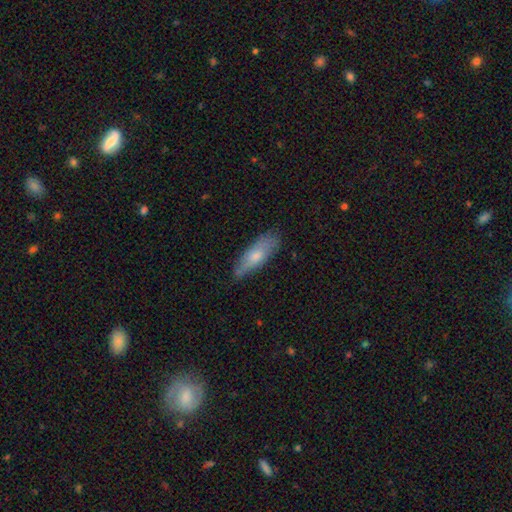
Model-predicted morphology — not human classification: A smooth galaxy with no disk features (64%) that is in between round and cigar-shaped (54%). Merging: none (72%).